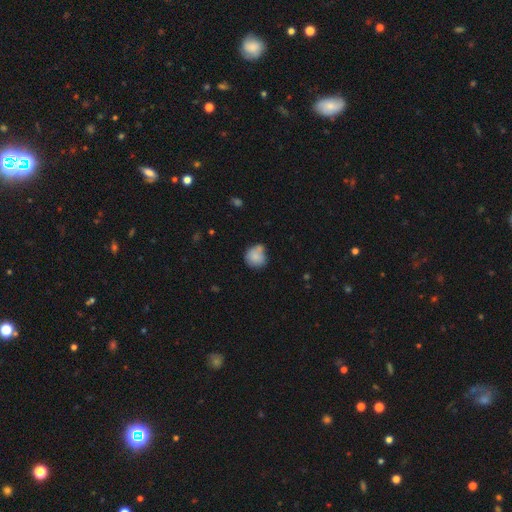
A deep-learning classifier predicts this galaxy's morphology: Smooth or featured?
  - smooth: 81% *
  - featured or disk: 11%
  - star or artifact: 8%
How rounded?
  - round: 85% *
  - in between: 14%
  - cigar-shaped: 1%
Merging?
  - none: 52% *
  - minor disturbance: 24%
  - merger: 18%
  - major disturbance: 6%